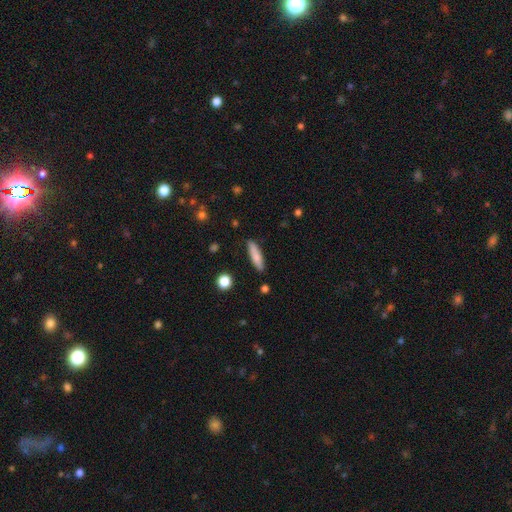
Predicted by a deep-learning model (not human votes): The model was most divided on "how rounded": cigar-shaped: 75%, in between: 23%, round: 2%. More confident: merging — none (87%); smooth or featured — smooth (80%).